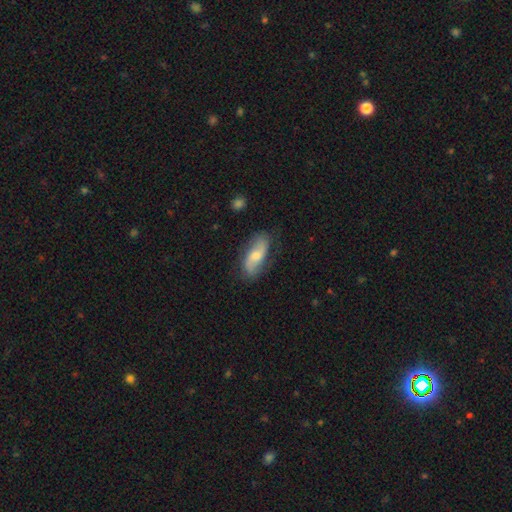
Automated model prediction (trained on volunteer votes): A featured or disk galaxy (56%) with no bar (56%), spiral arms (88%) and a moderate central bulge (55%). Merging: none (73%).